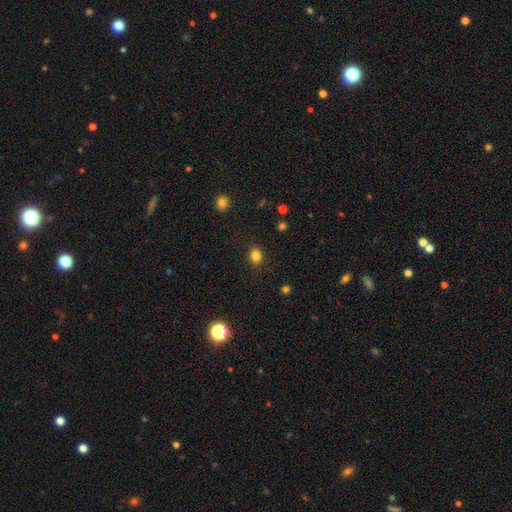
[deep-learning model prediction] This appears to be a smooth galaxy with no disk features (83%) that is in between round and cigar-shaped (52%). Merging: none (88%).